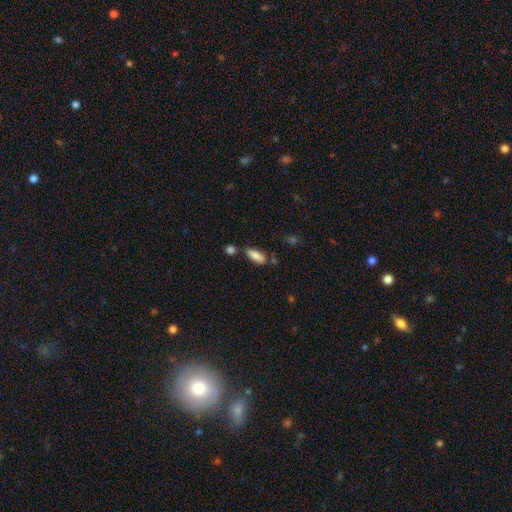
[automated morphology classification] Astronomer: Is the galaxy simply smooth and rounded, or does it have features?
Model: smooth — 85%.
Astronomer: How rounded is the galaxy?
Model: in between — 65%.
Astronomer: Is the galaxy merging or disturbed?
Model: none — 69%.